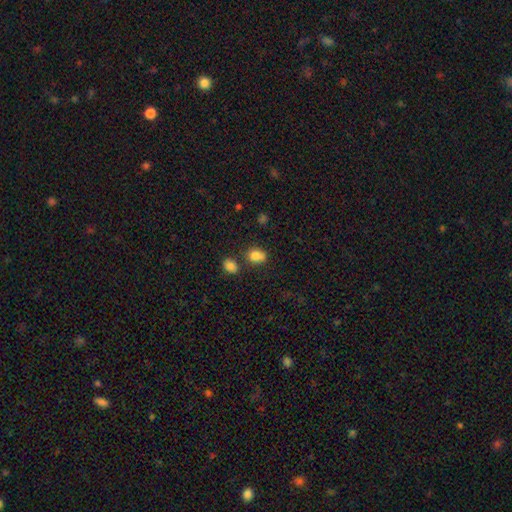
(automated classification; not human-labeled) smooth_or_featured: smooth (p=0.82) [alt: star or artifact p=0.11]
how_rounded: in between (p=0.62) [alt: round p=0.37]
merging: none (p=0.59) [alt: minor disturbance p=0.18]